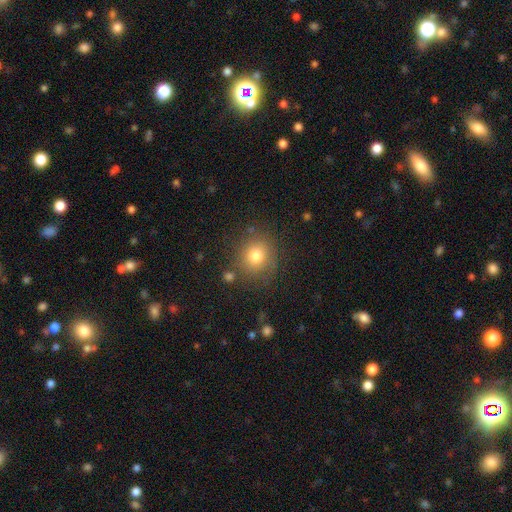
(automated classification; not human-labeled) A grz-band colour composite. It shows a smooth galaxy with no disk features (78%) that is round (87%). Merging: none (80%).